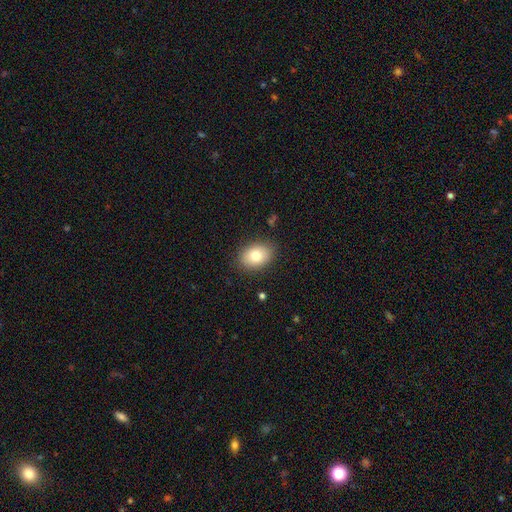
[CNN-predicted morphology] This is likely a smooth galaxy (80%). How rounded: likely in between (76%). Merging: clearly none (86%).